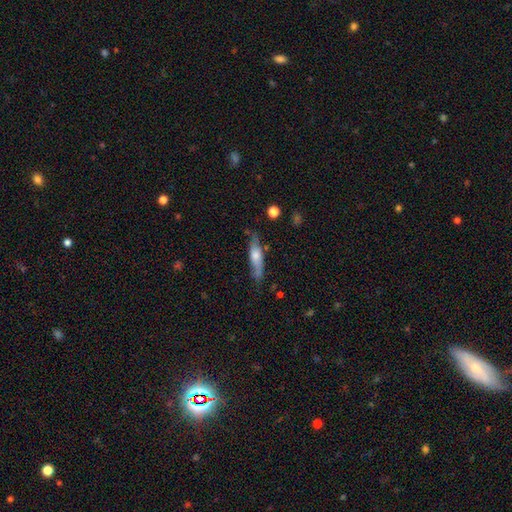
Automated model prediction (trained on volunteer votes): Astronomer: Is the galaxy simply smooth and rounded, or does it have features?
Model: smooth — 54% (runner-up: featured or disk, 39%).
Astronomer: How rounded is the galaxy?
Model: cigar-shaped — 66%.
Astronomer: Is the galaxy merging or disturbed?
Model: none — 66%.